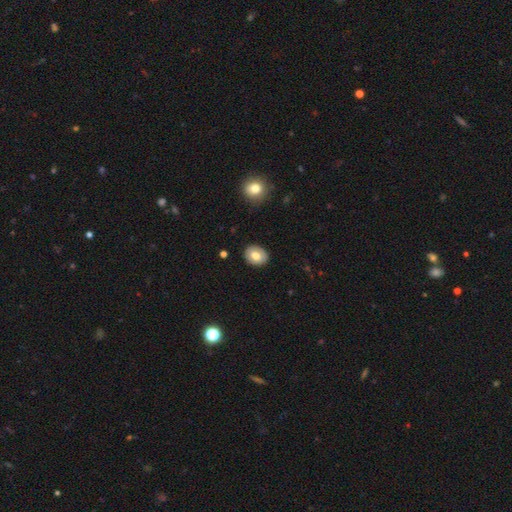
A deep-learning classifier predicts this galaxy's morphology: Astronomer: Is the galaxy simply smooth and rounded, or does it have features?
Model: smooth — 74%.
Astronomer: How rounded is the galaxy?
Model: in between — 52% (runner-up: round, 47%).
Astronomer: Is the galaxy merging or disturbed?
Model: none — 89%.